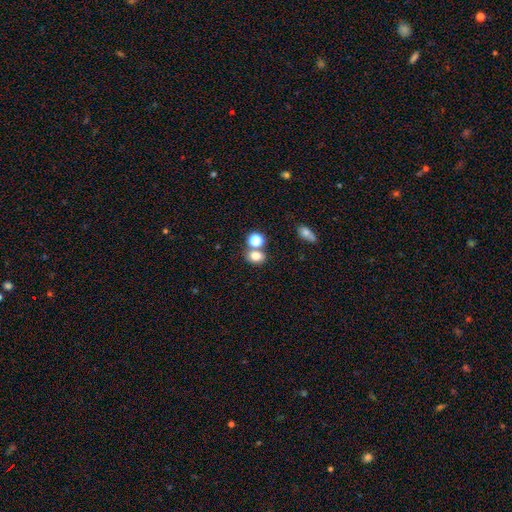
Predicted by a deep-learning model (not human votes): Overall: smooth (77%). How rounded: in between (53%; round 46%). Merging: none (54%; merger 32%).